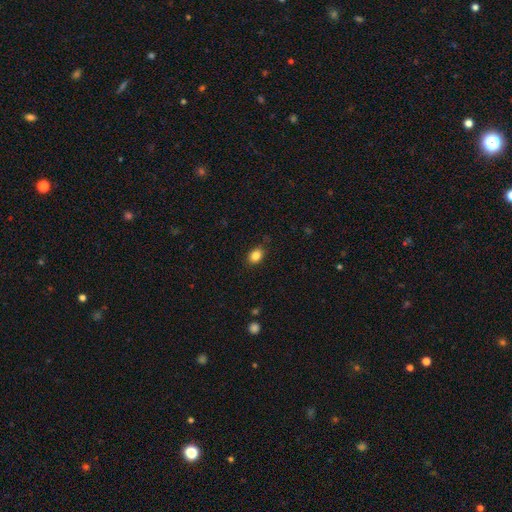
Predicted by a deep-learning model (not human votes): This appears to be a smooth galaxy with no disk features (86%) that is in between round and cigar-shaped (67%). Merging: none (83%).